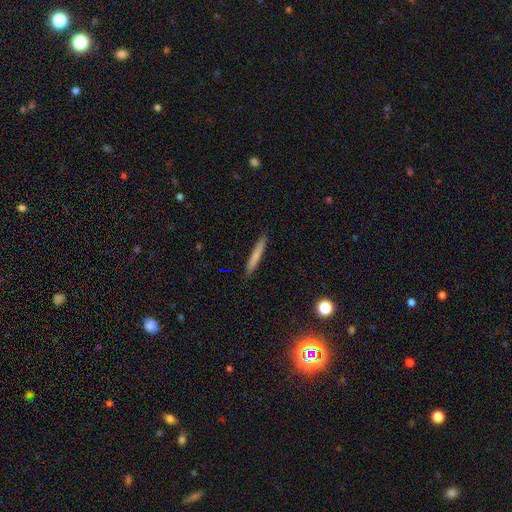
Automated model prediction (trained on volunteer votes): Q: Smooth or featured?
A: smooth (74%); runner-up: featured or disk (20%)
Q: How rounded?
A: cigar-shaped (96%); runner-up: in between (3%)
Q: Merging?
A: none (91%); runner-up: minor disturbance (7%)